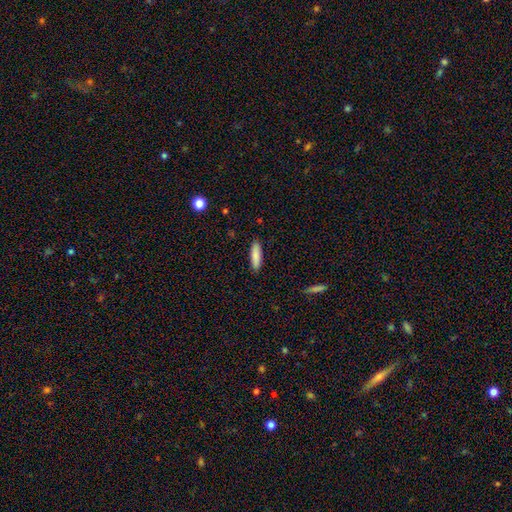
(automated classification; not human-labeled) smooth 86%, featured or disk 7%, star or artifact 6%. Down the decision tree: how rounded — cigar-shaped (65%); merging — none (89%).